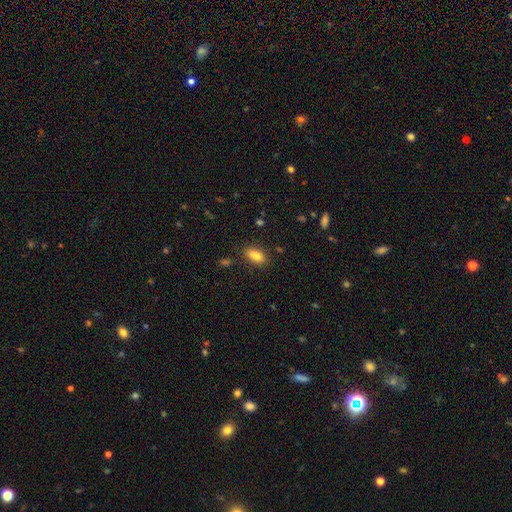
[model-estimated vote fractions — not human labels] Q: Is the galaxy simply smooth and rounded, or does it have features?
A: smooth — 82%.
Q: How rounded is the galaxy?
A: in between — 88%.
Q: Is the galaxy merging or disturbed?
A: none — 85%.